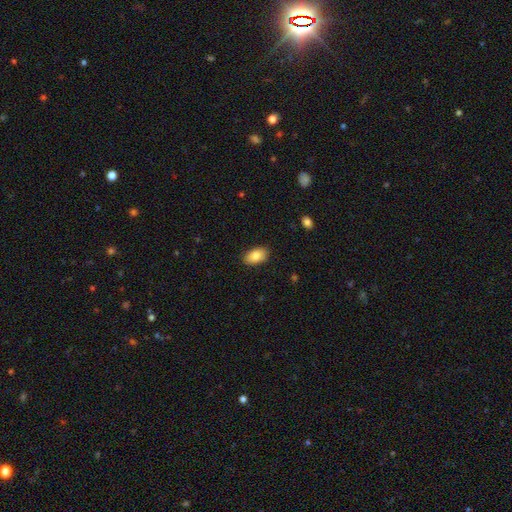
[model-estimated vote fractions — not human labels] The model was most divided on "smooth or featured": smooth: 85%, featured or disk: 8%, star or artifact: 7%. More confident: how rounded — in between (93%); merging — none (88%).